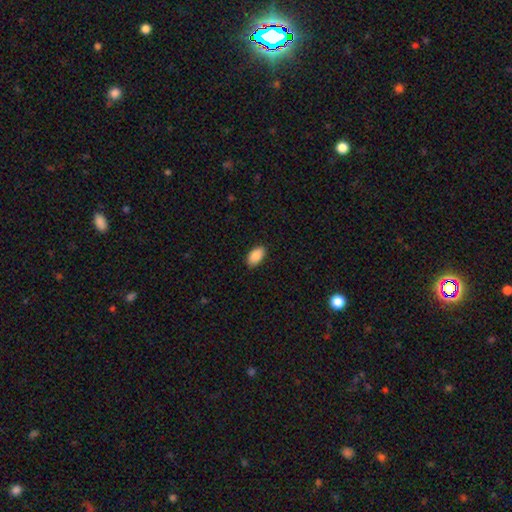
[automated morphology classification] type=smooth (89%); roundness=in between (94%); merging=none (88%).